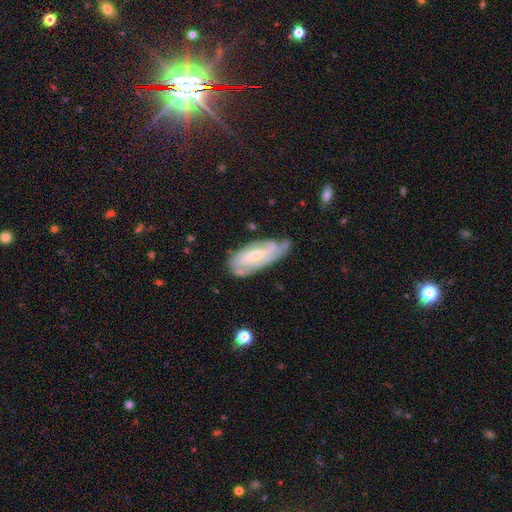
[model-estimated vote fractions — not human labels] smooth_or_featured: featured or disk (p=0.73) [alt: smooth p=0.21]
disk_edge_on: no (p=0.88) [alt: yes p=0.12]
bar: weak (p=0.41) [alt: no p=0.33]
has_spiral_arms: yes (p=0.86) [alt: no p=0.14]
spiral_winding: tight (p=0.48) [alt: medium p=0.36]
spiral_arm_count: 2 (p=0.41) [alt: can't tell p=0.36]
bulge_size: small (p=0.63) [alt: moderate p=0.32]
merging: none (p=0.58) [alt: minor disturbance p=0.30]